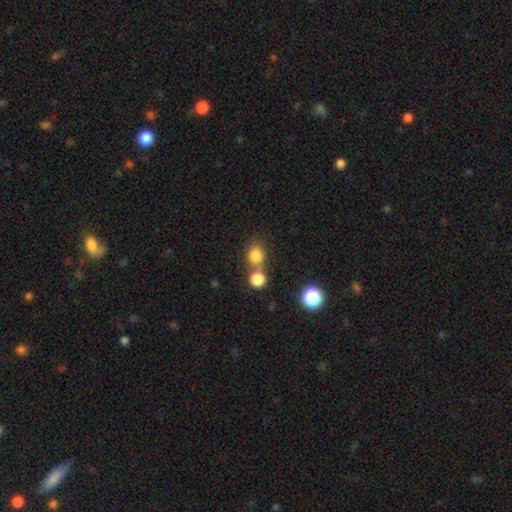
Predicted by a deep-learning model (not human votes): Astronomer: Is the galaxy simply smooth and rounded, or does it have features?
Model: smooth — 82%.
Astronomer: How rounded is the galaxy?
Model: round — 69%.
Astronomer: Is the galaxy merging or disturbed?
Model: none — 52% (runner-up: merger, 34%).